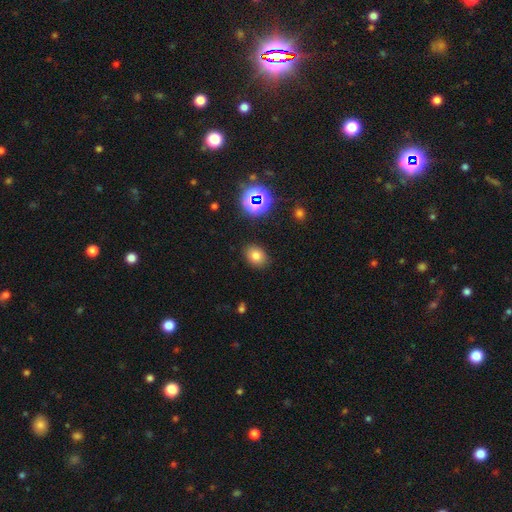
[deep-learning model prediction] smooth 76%, star or artifact 16%, featured or disk 8%. Down the decision tree: how rounded — in between (65%); merging — none (86%).